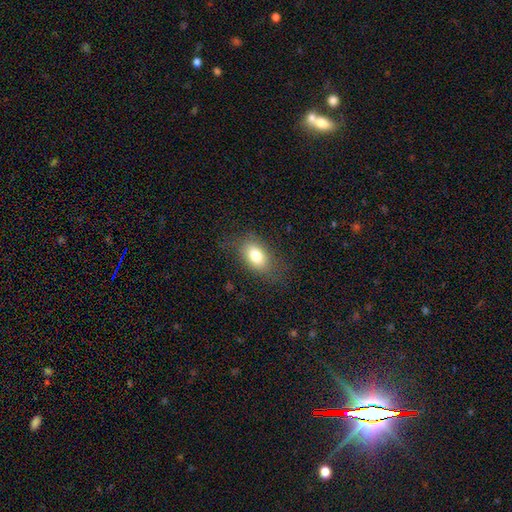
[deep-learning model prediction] Morphology: type=smooth (78%); roundness=in between (86%); merging=none (75%).